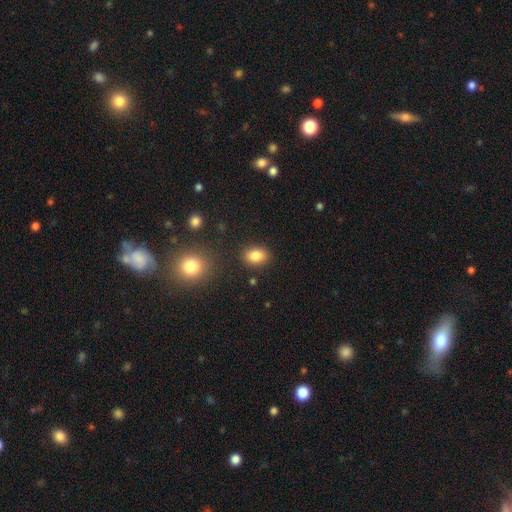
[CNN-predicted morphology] type=smooth (84%); roundness=in between (74%); merging=none (85%).